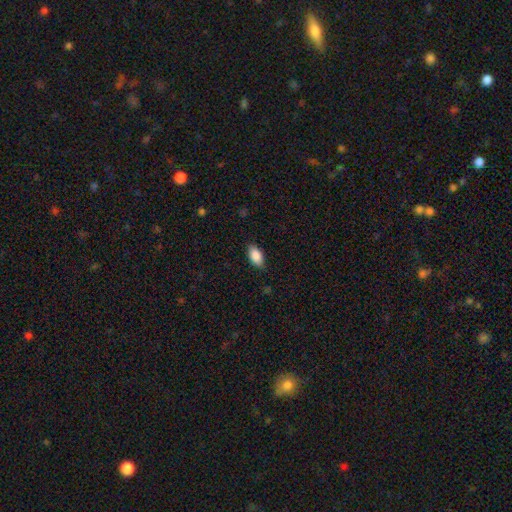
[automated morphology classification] Overall: smooth (88%). How rounded: in between (92%). Merging: none (82%).